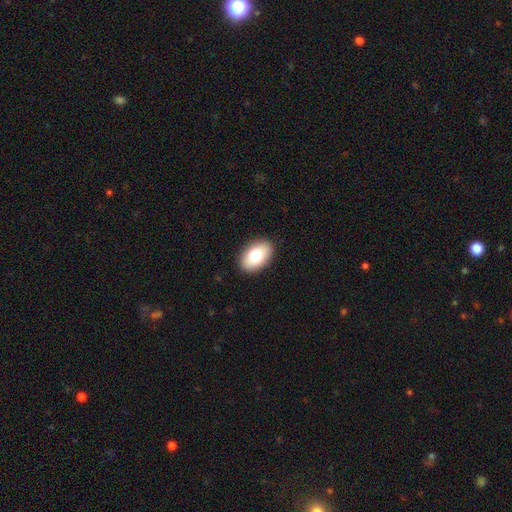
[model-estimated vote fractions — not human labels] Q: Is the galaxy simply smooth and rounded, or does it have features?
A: smooth — 79%.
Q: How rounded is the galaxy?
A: in between — 91%.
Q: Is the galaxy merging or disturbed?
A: none — 90%.